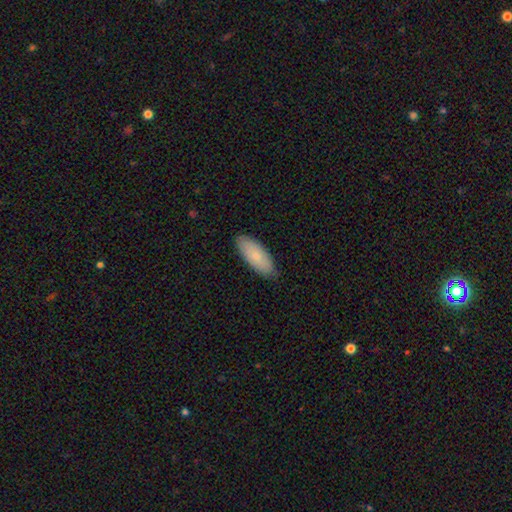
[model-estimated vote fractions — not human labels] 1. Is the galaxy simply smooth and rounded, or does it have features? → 76% smooth, 18% featured or disk, 6% star or artifact.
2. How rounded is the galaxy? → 82% in between, 16% cigar-shaped, 2% round.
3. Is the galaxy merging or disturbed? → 85% none, 12% minor disturbance, 2% major disturbance, 1% merger.